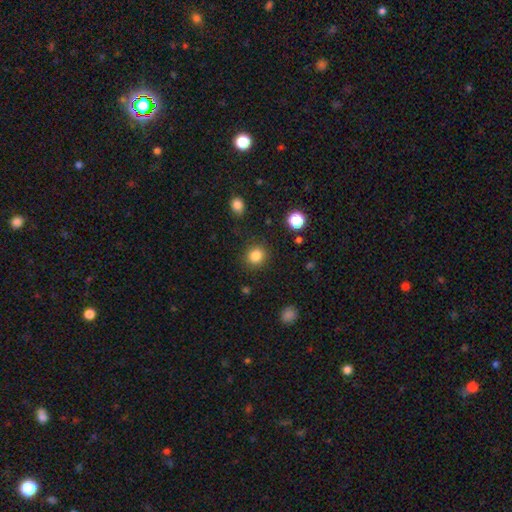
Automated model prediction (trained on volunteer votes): Overall: smooth (84%). How rounded: round (84%). Merging: none (87%).